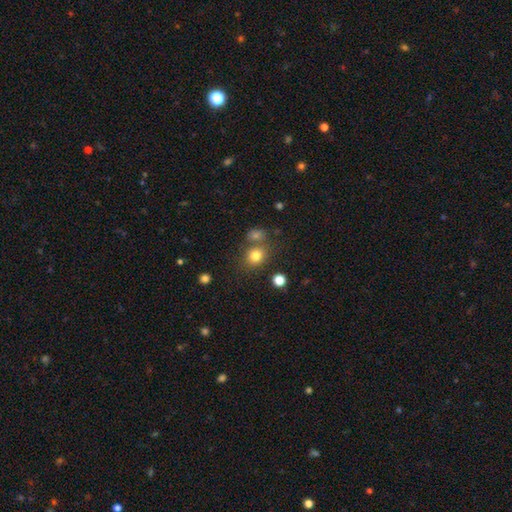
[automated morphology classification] Smooth or featured? smooth (79%)
How rounded? round (74%)
Merging? none (67%)